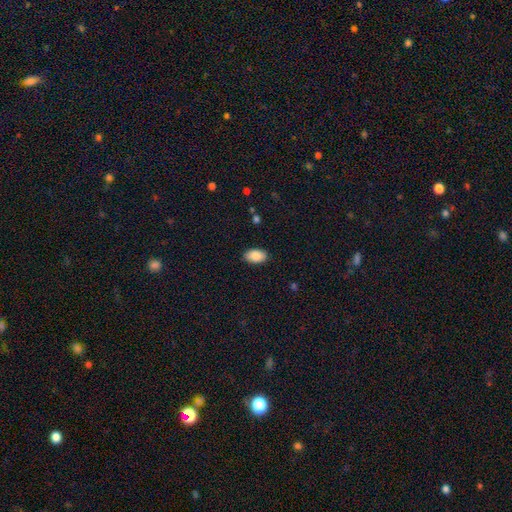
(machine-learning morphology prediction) Q: Smooth or featured?
A: smooth (87%); runner-up: star or artifact (7%)
Q: How rounded?
A: in between (94%); runner-up: round (4%)
Q: Merging?
A: none (87%); runner-up: minor disturbance (10%)